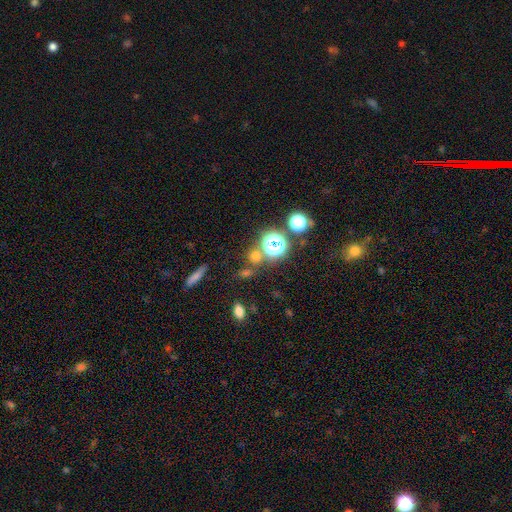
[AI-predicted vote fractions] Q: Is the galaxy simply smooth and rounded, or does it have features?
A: smooth — 56%.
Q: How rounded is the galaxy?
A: round — 79%.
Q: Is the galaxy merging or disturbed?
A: none — 68%.